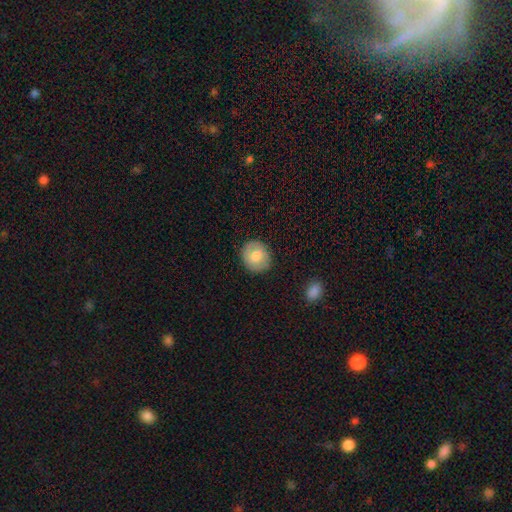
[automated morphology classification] A smooth galaxy with no disk features (74%) that is round (79%). Merging: none (88%).